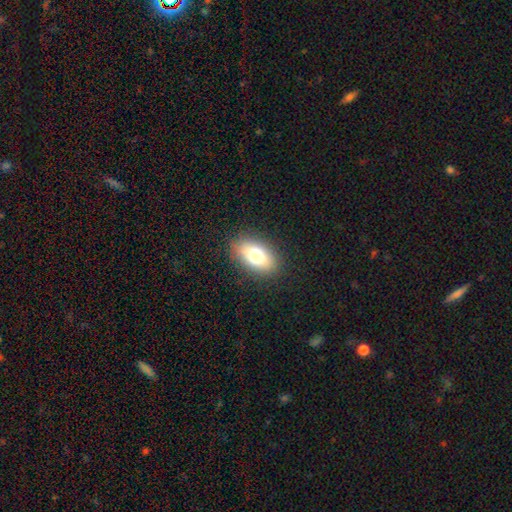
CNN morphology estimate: This appears to be a smooth galaxy with no disk features (74%) that is in between round and cigar-shaped (87%). Merging: none (86%).